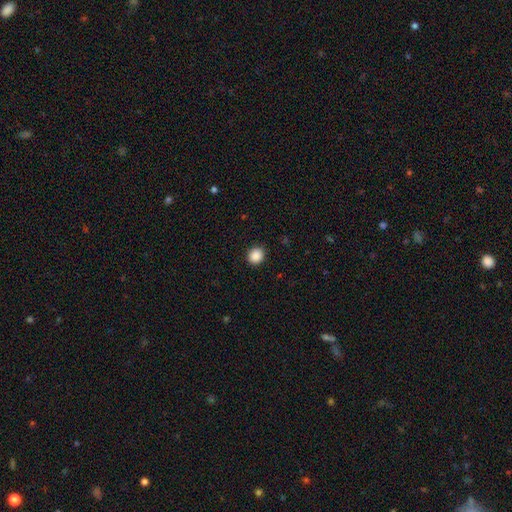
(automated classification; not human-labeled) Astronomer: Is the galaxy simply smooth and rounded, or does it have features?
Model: smooth — 89%.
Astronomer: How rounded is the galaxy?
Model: round — 81%.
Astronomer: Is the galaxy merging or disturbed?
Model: none — 91%.